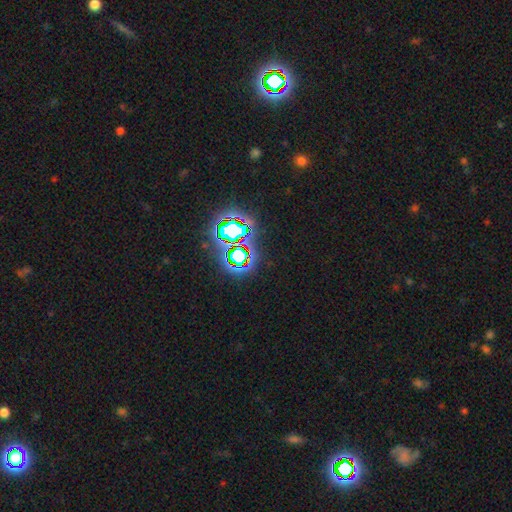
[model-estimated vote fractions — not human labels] The model was most divided on "smooth or featured": star or artifact: 78%, smooth: 13%, featured or disk: 8%.